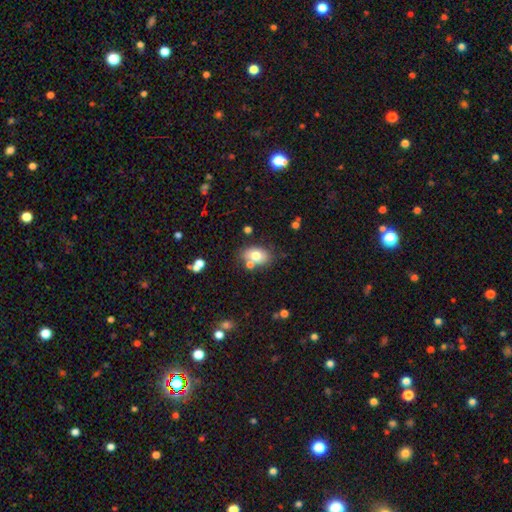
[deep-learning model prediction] Smooth or featured?
  - smooth: 75% *
  - featured or disk: 16%
  - star or artifact: 9%
How rounded?
  - in between: 81% *
  - round: 17%
  - cigar-shaped: 1%
Merging?
  - none: 64% *
  - merger: 16%
  - minor disturbance: 15%
  - major disturbance: 4%